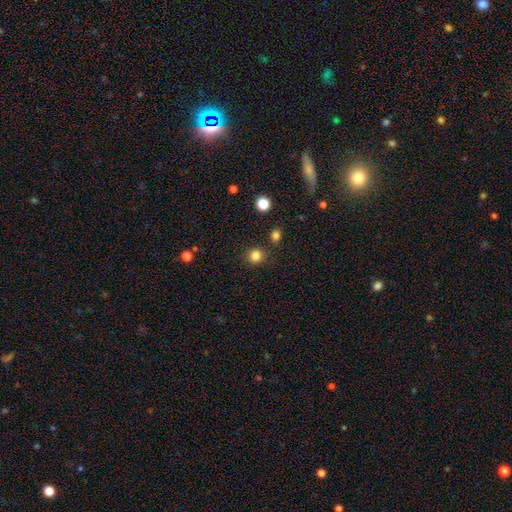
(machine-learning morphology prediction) smooth-or-featured: smooth: 83% | star or artifact: 13% | featured or disk: 4%
  how-rounded: round: 88% | in between: 11% | cigar-shaped: 1%
  merging: none: 86% | minor disturbance: 8% | merger: 4% | major disturbance: 3%